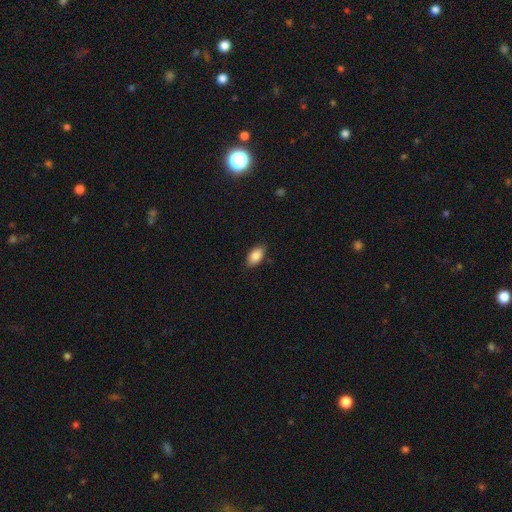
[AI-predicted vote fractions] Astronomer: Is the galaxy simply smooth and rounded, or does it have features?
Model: smooth — 88%.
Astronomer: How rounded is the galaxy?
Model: in between — 93%.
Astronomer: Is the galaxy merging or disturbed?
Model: none — 85%.